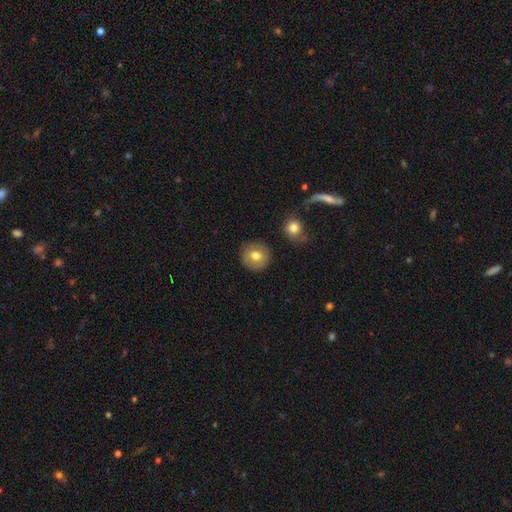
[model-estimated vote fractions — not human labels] Smooth or featured?
  - smooth: 75% *
  - featured or disk: 17%
  - star or artifact: 8%
How rounded?
  - round: 94% *
  - in between: 5%
  - cigar-shaped: 1%
Merging?
  - none: 88% *
  - minor disturbance: 7%
  - merger: 2%
  - major disturbance: 2%